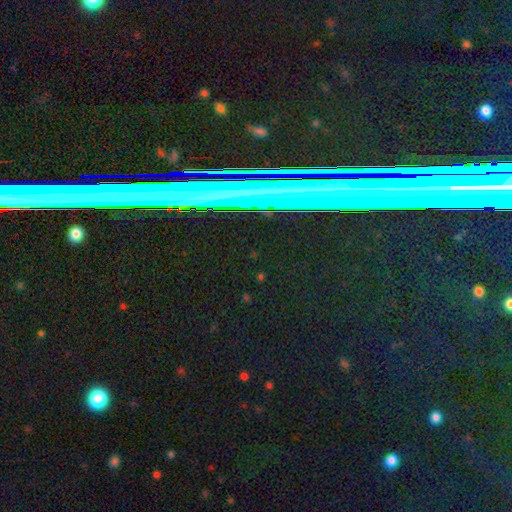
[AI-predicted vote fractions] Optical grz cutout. It shows a star or artifact, not a galaxy (73%).